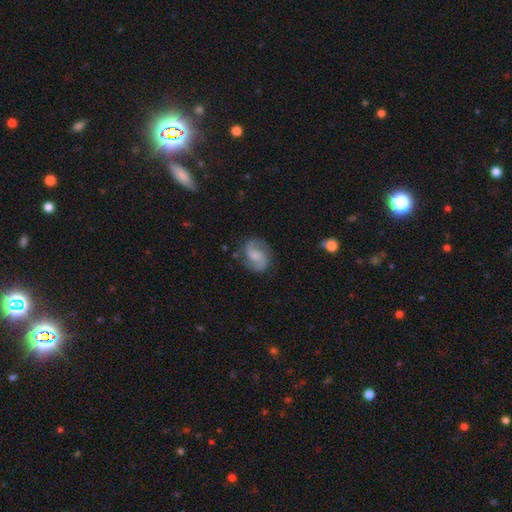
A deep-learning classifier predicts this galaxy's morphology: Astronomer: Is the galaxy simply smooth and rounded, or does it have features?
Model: featured or disk — 81%.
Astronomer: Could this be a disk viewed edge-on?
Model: no — 98%.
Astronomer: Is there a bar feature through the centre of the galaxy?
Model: weak — 46% (runner-up: no, 45%).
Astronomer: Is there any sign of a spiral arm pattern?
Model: yes — 97%.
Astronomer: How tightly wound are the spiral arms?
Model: medium — 54% (runner-up: loose, 30%).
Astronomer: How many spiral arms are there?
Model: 2 — 92%.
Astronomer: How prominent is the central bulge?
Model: small — 33% (runner-up: moderate, 32%).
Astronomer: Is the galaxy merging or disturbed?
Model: none — 80%.